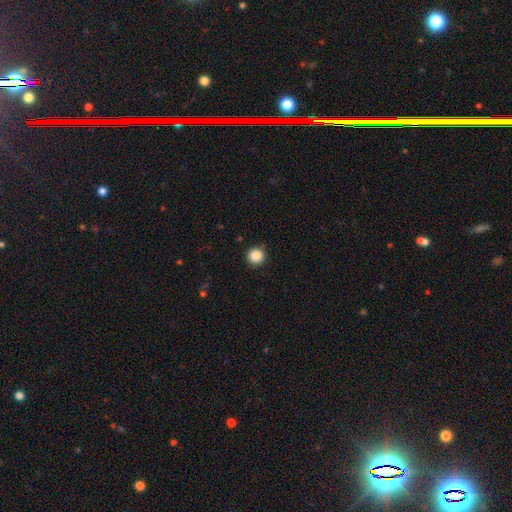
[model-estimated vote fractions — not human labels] smooth-or-featured: smooth: 87% | star or artifact: 10% | featured or disk: 3%
  how-rounded: round: 95% | in between: 4% | cigar-shaped: 1%
  merging: none: 90% | minor disturbance: 7% | major disturbance: 2% | merger: 1%